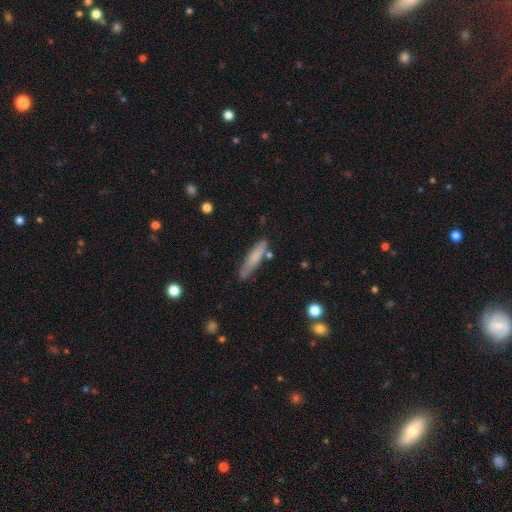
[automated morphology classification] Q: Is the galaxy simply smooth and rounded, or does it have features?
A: smooth — 76%.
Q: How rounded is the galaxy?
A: cigar-shaped — 83%.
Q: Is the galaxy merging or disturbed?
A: none — 71%.